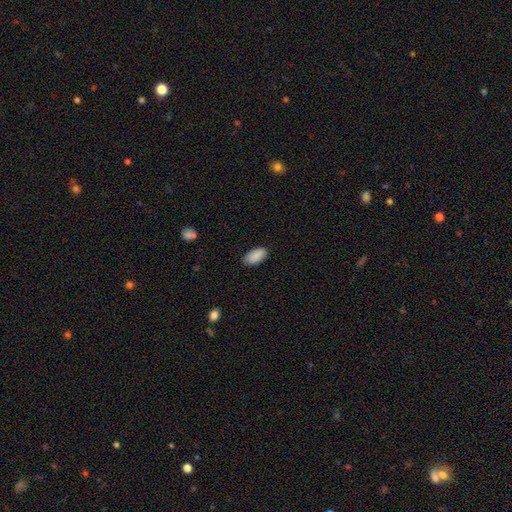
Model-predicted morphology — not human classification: smooth_or_featured: smooth (p=0.89) [alt: star or artifact p=0.07]
how_rounded: in between (p=0.94) [alt: cigar-shaped p=0.03]
merging: none (p=0.82) [alt: minor disturbance p=0.15]